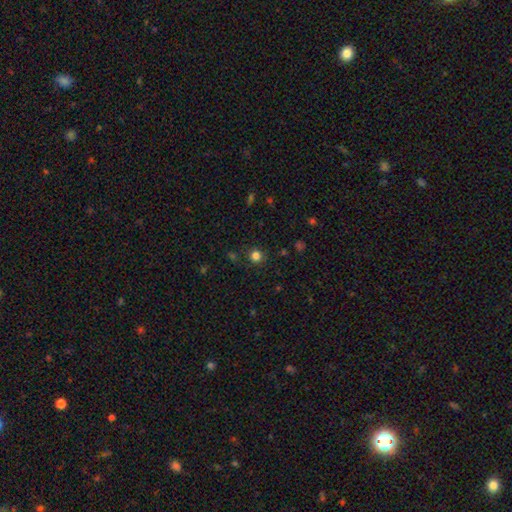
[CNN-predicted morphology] The model was most divided on "smooth or featured": smooth: 80%, star or artifact: 16%, featured or disk: 4%. More confident: how rounded — round (93%); merging — none (89%).